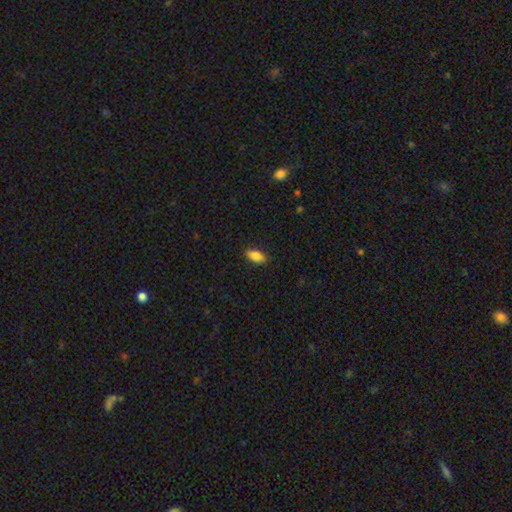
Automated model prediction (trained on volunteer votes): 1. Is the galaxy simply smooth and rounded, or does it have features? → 84% smooth, 8% featured or disk, 7% star or artifact.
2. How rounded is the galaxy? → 86% in between, 11% cigar-shaped, 3% round.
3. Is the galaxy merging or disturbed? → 87% none, 10% minor disturbance, 2% major disturbance, 1% merger.